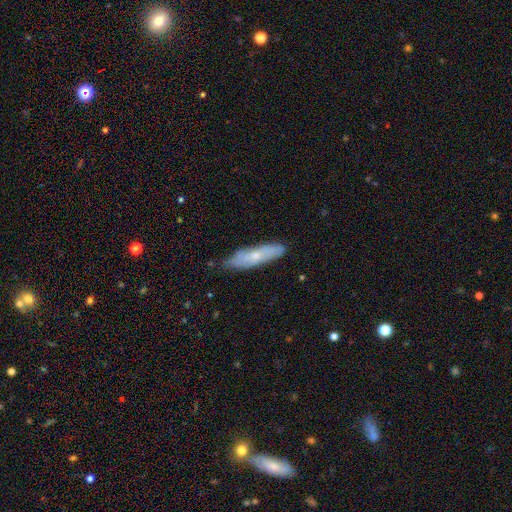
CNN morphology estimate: smooth 55%, featured or disk 38%, star or artifact 7%. Down the decision tree: how rounded — cigar-shaped (74%); merging — none (78%).